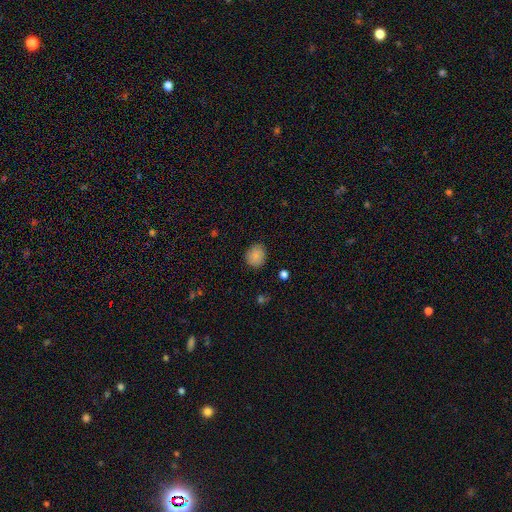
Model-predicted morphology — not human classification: A smooth galaxy with no disk features (85%) that is round (73%). Merging: none (87%).